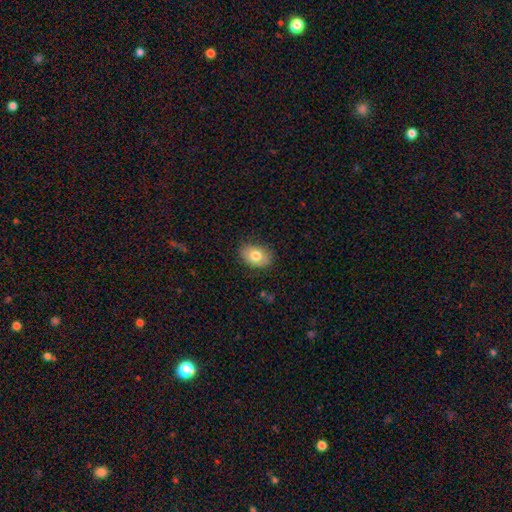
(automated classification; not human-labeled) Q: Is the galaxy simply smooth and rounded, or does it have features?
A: smooth — 77%.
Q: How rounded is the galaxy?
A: in between — 78%.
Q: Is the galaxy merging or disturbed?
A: none — 84%.